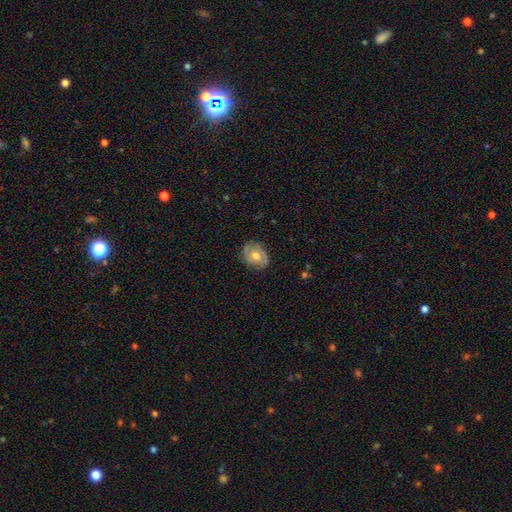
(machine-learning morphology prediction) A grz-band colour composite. It shows a featured or disk galaxy (58%) with no bar (64%), spiral arms (73%) and a moderate central bulge (73%). Merging: none (80%).